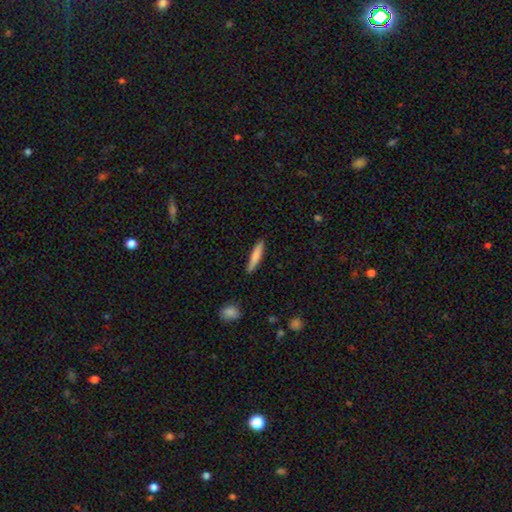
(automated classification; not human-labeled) Q: Smooth or featured?
A: smooth (78%); runner-up: featured or disk (17%)
Q: How rounded?
A: cigar-shaped (90%); runner-up: in between (9%)
Q: Merging?
A: none (86%); runner-up: minor disturbance (11%)